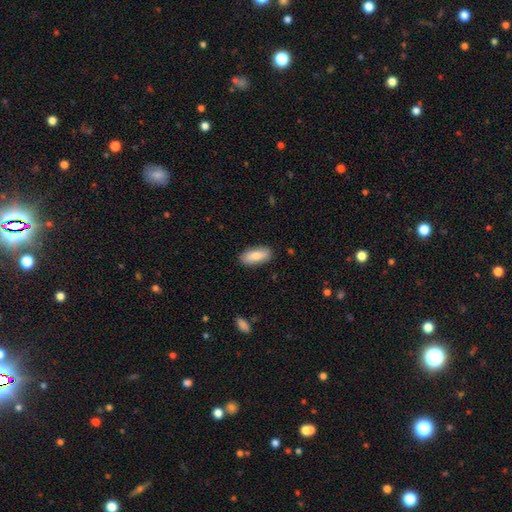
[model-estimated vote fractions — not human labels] Morphology: type=smooth (78%); roundness=in between (84%); merging=none (87%).